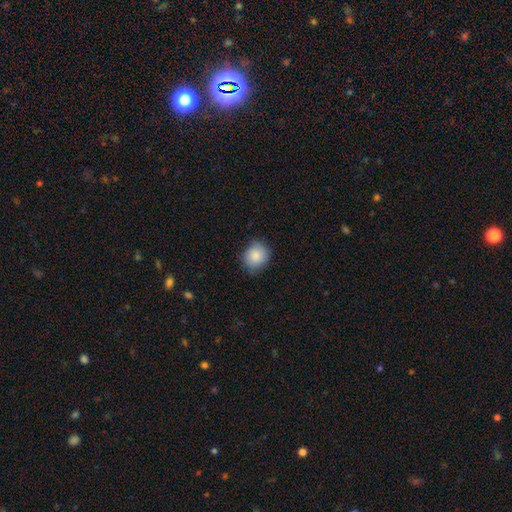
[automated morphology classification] Smooth or featured? smooth (87%)
How rounded? round (73%)
Merging? none (80%)